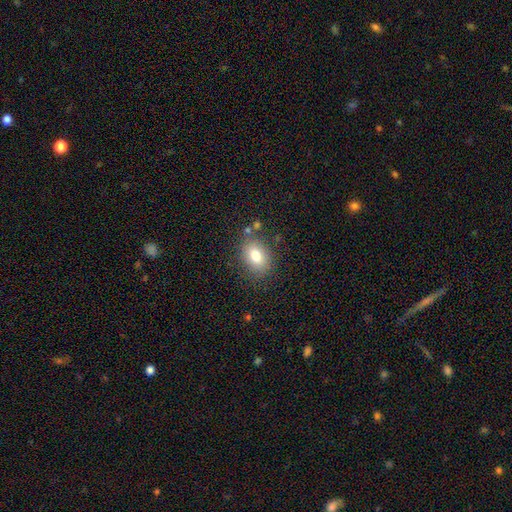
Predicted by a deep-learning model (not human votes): A smooth galaxy with no disk features (79%) that is in between round and cigar-shaped (72%). Merging: none (80%).